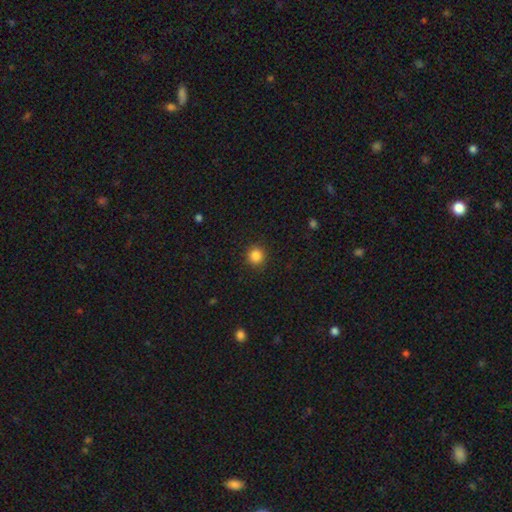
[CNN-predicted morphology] A smooth galaxy with no disk features (85%) that is round (93%).

Vote fractions:
- Smooth or featured? smooth: 85% / star or artifact: 11% / featured or disk: 4%
- How rounded? round: 93% / in between: 6% / cigar-shaped: 1%
- Merging? none: 91% / minor disturbance: 6% / major disturbance: 2% / merger: 1%